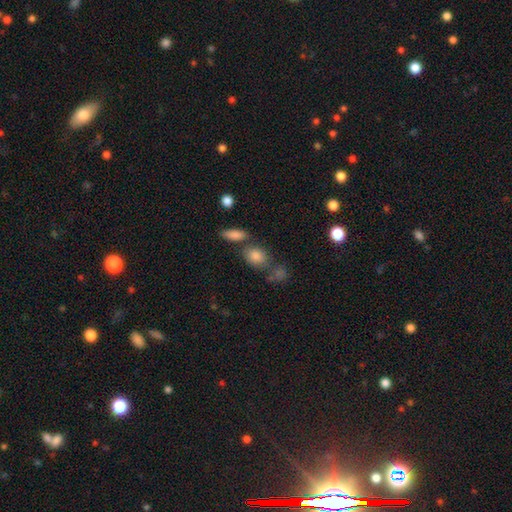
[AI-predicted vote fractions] A smooth galaxy with no disk features (78%) that is round (51%).

Vote fractions:
- Smooth or featured? smooth: 78% / star or artifact: 13% / featured or disk: 8%
- How rounded? round: 51% / in between: 46% / cigar-shaped: 3%
- Merging? none: 60% / merger: 23% / minor disturbance: 12% / major disturbance: 5%